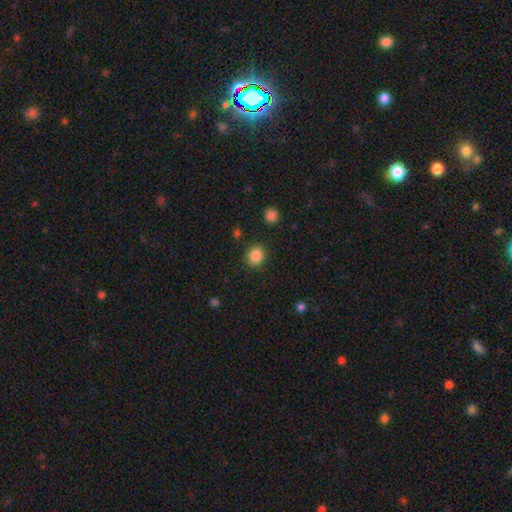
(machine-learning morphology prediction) Smooth or featured? smooth (87%)
How rounded? round (74%)
Merging? none (87%)